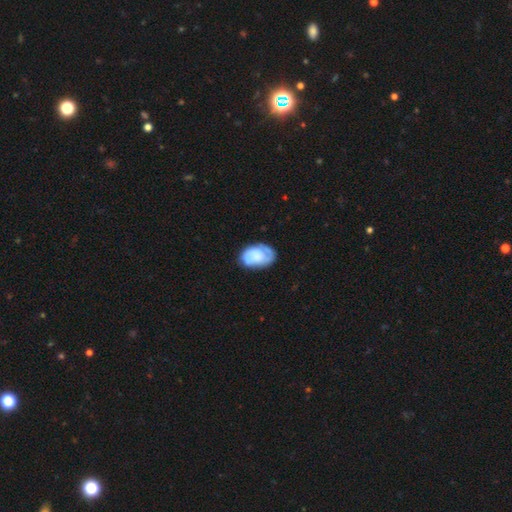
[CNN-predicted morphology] Smooth or featured? smooth (49%)
Merging? none (61%)